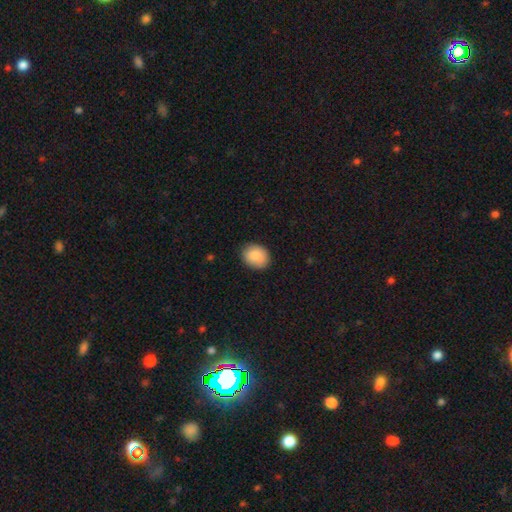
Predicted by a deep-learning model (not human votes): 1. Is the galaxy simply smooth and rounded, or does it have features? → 89% smooth, 7% star or artifact, 4% featured or disk.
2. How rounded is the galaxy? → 52% in between, 47% round, 1% cigar-shaped.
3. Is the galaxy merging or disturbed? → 86% none, 11% minor disturbance, 2% major disturbance, 1% merger.